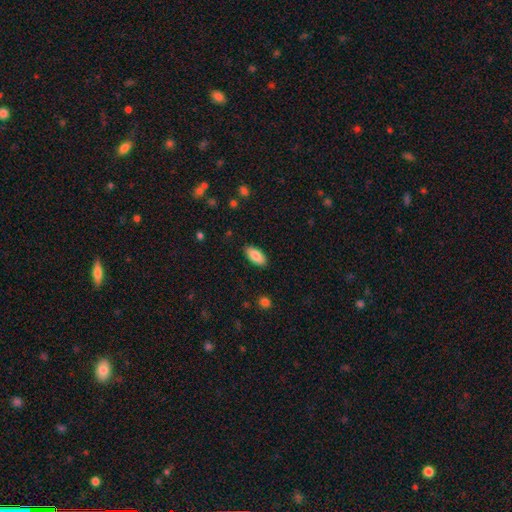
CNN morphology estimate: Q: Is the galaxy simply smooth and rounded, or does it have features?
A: smooth — 87%.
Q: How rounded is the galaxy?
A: in between — 89%.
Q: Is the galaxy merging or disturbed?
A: none — 88%.